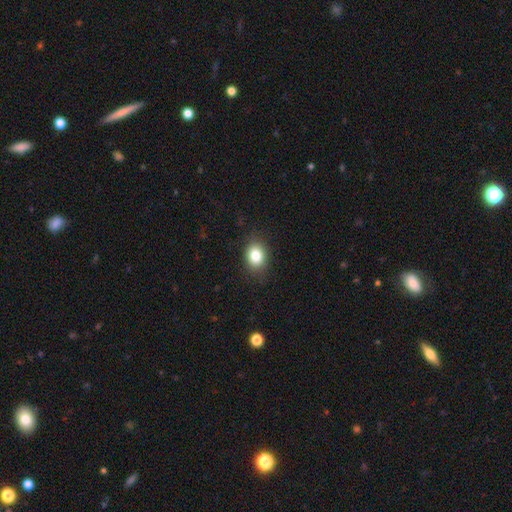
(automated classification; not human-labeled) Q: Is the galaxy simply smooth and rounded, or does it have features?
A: smooth — 83%.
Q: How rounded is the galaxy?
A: in between — 58%.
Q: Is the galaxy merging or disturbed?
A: none — 86%.